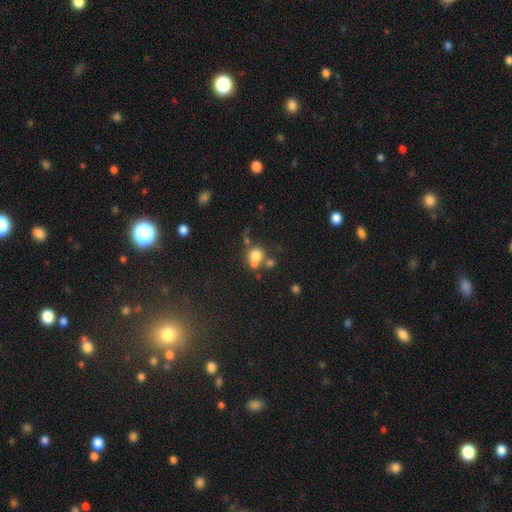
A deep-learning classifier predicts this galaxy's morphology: Smooth or featured? Predicted: smooth (p=0.70). How rounded? Predicted: round (p=0.84). Merging? Predicted: merger (p=0.44).